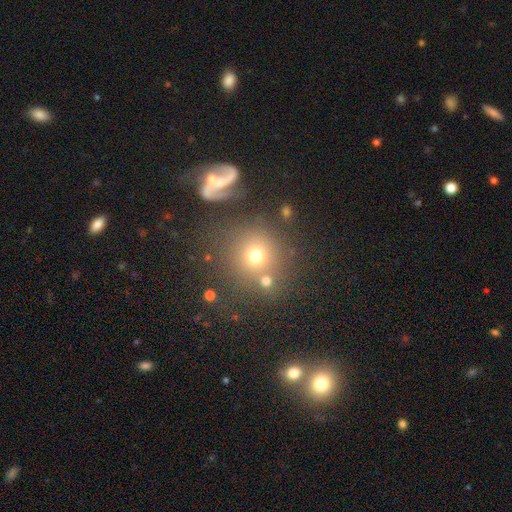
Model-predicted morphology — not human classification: This is likely a smooth galaxy (67%). How rounded: clearly round (90%). Merging: likely none (71%).